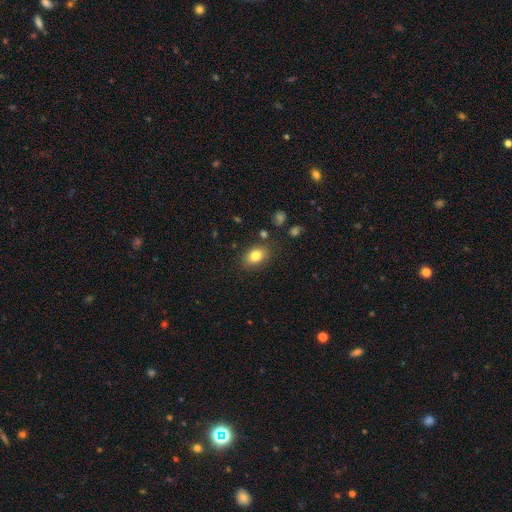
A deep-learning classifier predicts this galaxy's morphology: Smooth or featured?
  - smooth: 81% *
  - featured or disk: 10%
  - star or artifact: 9%
How rounded?
  - in between: 78% *
  - round: 20%
  - cigar-shaped: 1%
Merging?
  - none: 82% *
  - minor disturbance: 12%
  - major disturbance: 3%
  - merger: 3%